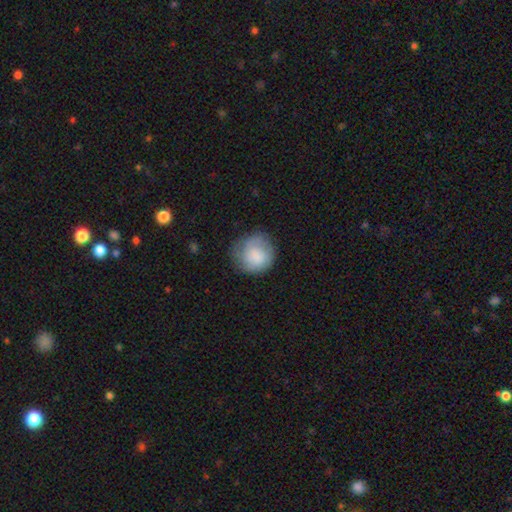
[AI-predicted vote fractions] smooth-or-featured: smooth: 72% | featured or disk: 21% | star or artifact: 7%
  how-rounded: round: 88% | in between: 11% | cigar-shaped: 1%
  merging: none: 66% | minor disturbance: 23% | major disturbance: 10% | merger: 1%